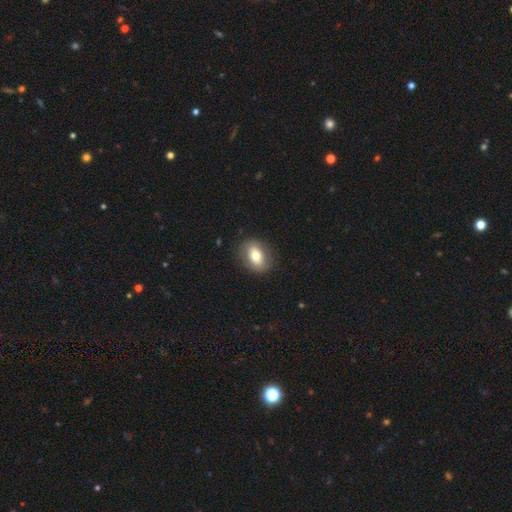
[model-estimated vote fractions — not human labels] Smooth or featured: smooth — 70% (featured or disk — 23%)
How rounded: in between — 70% (round — 28%)
Merging: none — 84% (minor disturbance — 12%)